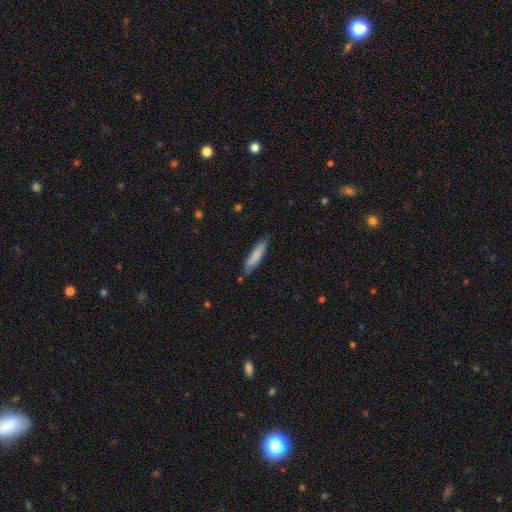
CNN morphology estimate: smooth_or_featured: smooth (p=0.79) [alt: featured or disk p=0.16]
how_rounded: cigar-shaped (p=0.83) [alt: in between p=0.16]
merging: none (p=0.79) [alt: minor disturbance p=0.16]